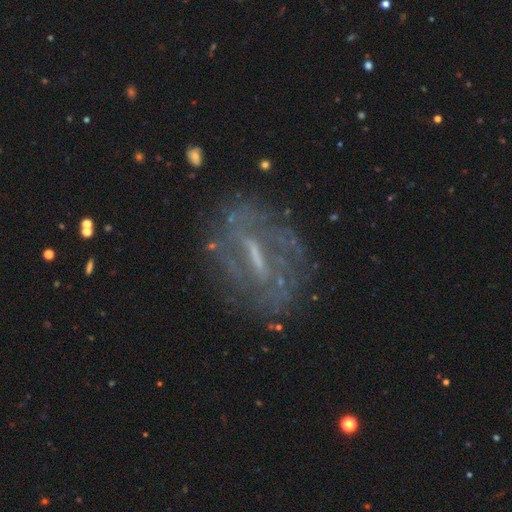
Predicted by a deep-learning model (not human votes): Q: Smooth or featured?
A: featured or disk (78%); runner-up: smooth (12%)
Q: Edge-on disk?
A: no (86%); runner-up: yes (14%)
Q: Bar?
A: strong (54%); runner-up: weak (33%)
Q: Spiral arms?
A: yes (59%); runner-up: no (41%)
Q: Bulge size?
A: small (37%); runner-up: none (32%)
Q: Merging?
A: none (68%); runner-up: minor disturbance (17%)